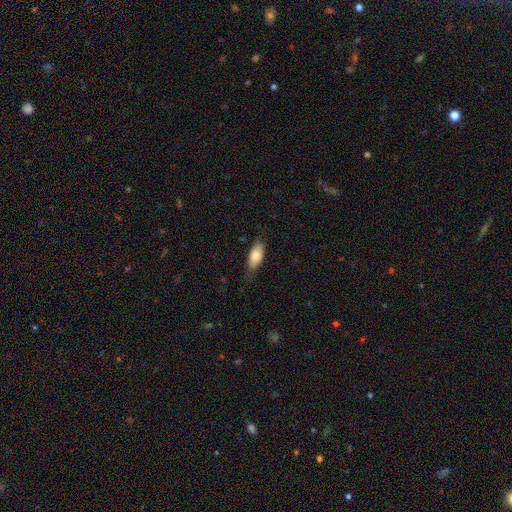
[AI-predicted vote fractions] Smooth or featured? smooth (80%)
How rounded? in between (86%)
Merging? none (73%)